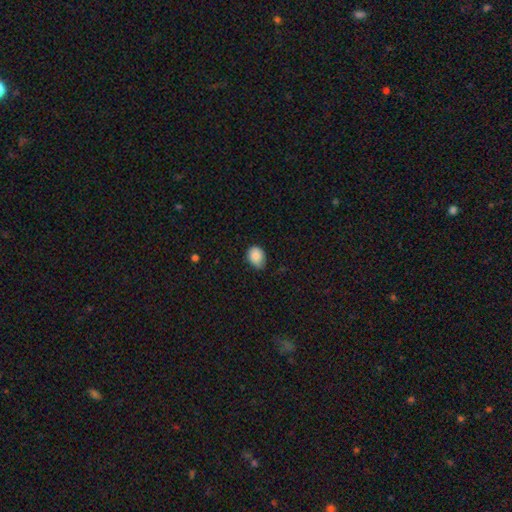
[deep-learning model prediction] Morphology: type=smooth (87%); roundness=in between (60%); merging=none (60%).